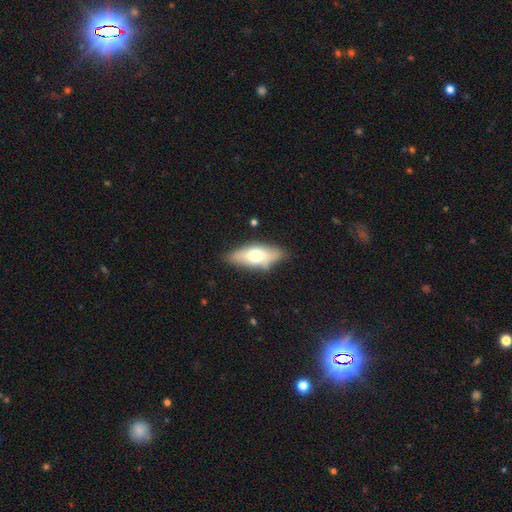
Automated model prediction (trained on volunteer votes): Smooth or featured? smooth (59%)
How rounded? in between (75%)
Merging? none (75%)